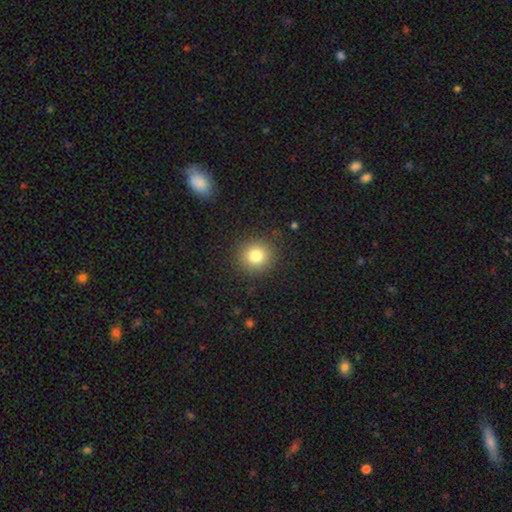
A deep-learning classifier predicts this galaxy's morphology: Smooth or featured: smooth — 81% (star or artifact — 11%)
How rounded: round — 90% (in between — 9%)
Merging: none — 89% (minor disturbance — 7%)